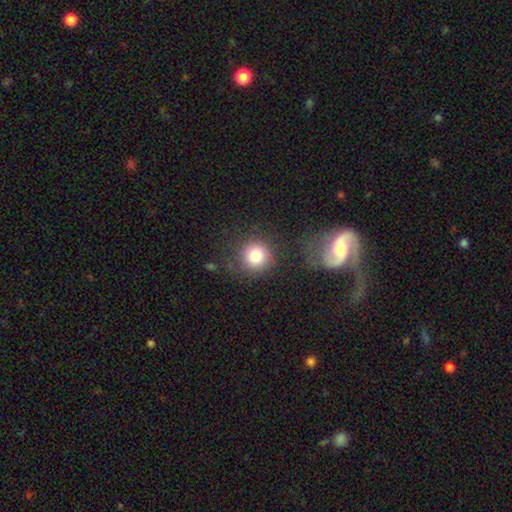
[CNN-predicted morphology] A smooth galaxy with no disk features (78%) that is round (93%). Merging: none (79%).